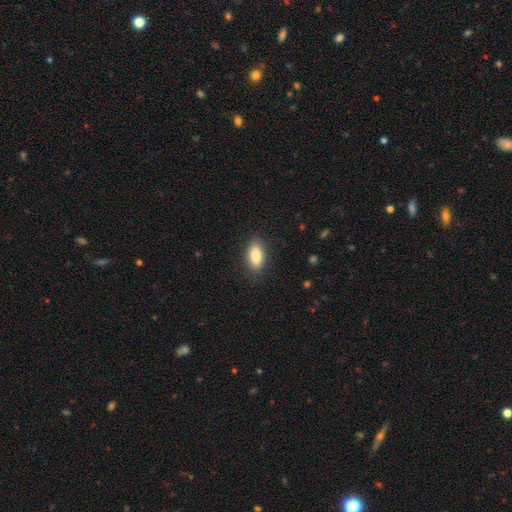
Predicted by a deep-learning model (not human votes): This is clearly a smooth galaxy (86%). How rounded: clearly in between (88%). Merging: clearly none (85%).